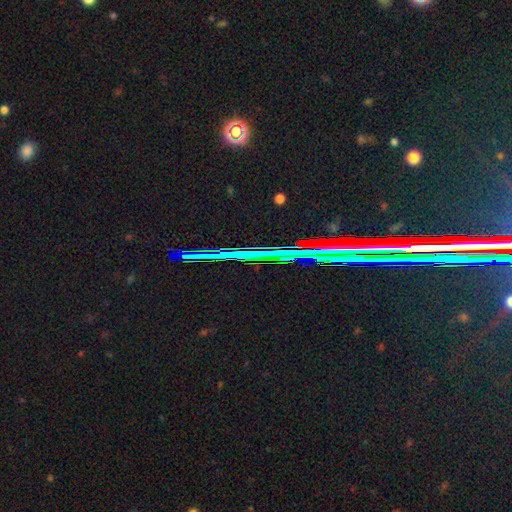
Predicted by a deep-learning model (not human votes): A star or artifact, not a galaxy (66%).

Vote fractions:
- Smooth or featured? star or artifact: 66% / featured or disk: 21% / smooth: 13%